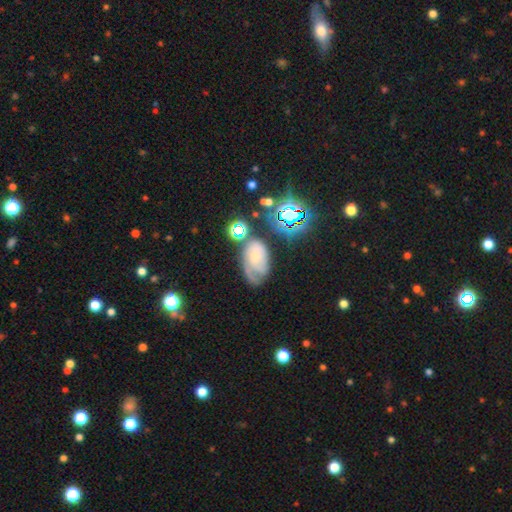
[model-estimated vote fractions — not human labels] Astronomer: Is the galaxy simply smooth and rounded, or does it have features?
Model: featured or disk — 52% (runner-up: smooth, 30%).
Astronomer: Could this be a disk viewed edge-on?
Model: no — 96%.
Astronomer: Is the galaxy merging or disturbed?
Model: none — 46% (runner-up: minor disturbance, 27%).